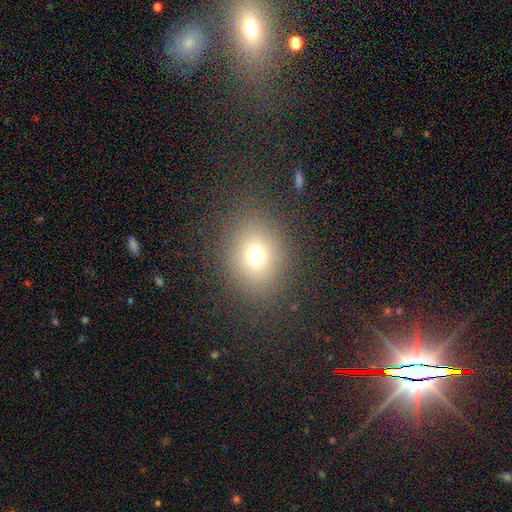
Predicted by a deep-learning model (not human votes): A smooth galaxy with no disk features (70%) that is round (58%).

Vote fractions:
- Smooth or featured? smooth: 70% / star or artifact: 18% / featured or disk: 11%
- How rounded? round: 58% / in between: 41% / cigar-shaped: 1%
- Merging? none: 84% / minor disturbance: 9% / major disturbance: 6% / merger: 1%